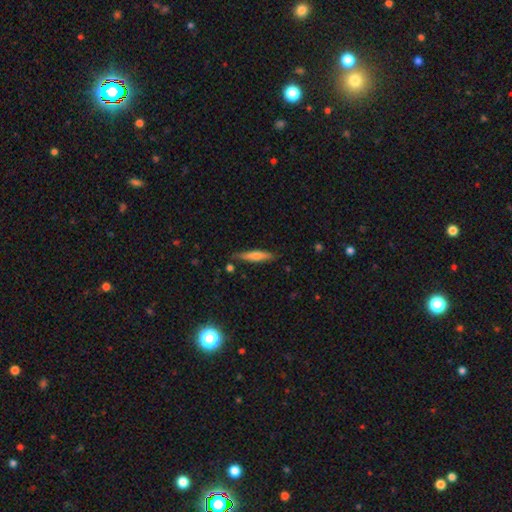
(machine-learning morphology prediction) smooth_or_featured: smooth (p=0.55) [alt: featured or disk p=0.38]
how_rounded: cigar-shaped (p=0.85) [alt: in between p=0.13]
merging: none (p=0.81) [alt: minor disturbance p=0.14]